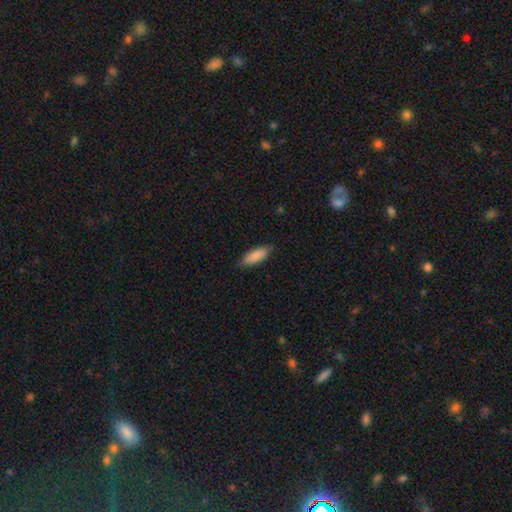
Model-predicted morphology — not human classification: Smooth or featured? Predicted: smooth (p=0.85). How rounded? Predicted: in between (p=0.69). Merging? Predicted: none (p=0.80).